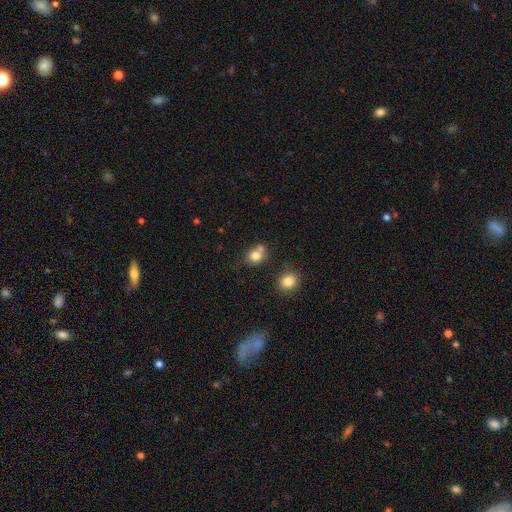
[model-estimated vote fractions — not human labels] A smooth galaxy with no disk features (79%) that is round (70%).

Vote fractions:
- Smooth or featured? smooth: 79% / star or artifact: 12% / featured or disk: 10%
- How rounded? round: 70% / in between: 29% / cigar-shaped: 1%
- Merging? none: 50% / merger: 33% / minor disturbance: 13% / major disturbance: 4%